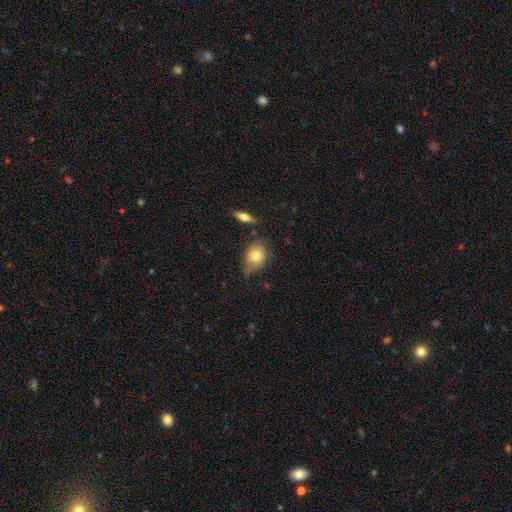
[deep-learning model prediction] Smooth or featured? smooth (78%)
How rounded? in between (62%)
Merging? none (53%)